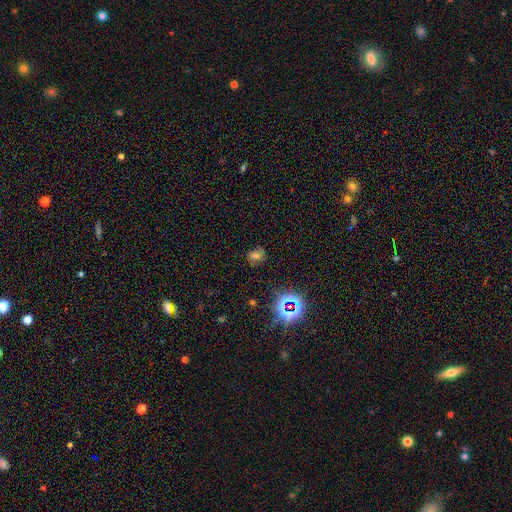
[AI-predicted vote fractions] Smooth or featured: smooth — 45% (star or artifact — 31%)
Merging: none — 74% (minor disturbance — 17%)